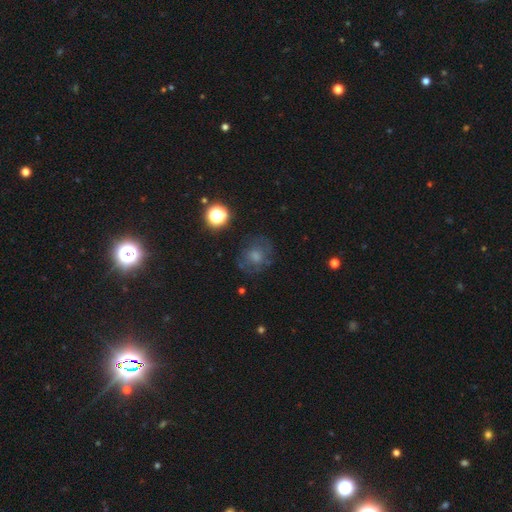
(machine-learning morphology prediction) A featured or disk galaxy (38%). Merging: none (75%).